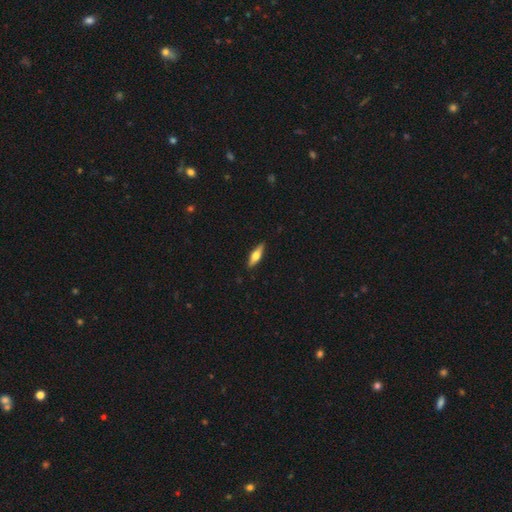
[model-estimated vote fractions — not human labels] Q: Smooth or featured?
A: smooth (48%); runner-up: featured or disk (46%)
Q: Merging?
A: none (89%); runner-up: minor disturbance (8%)